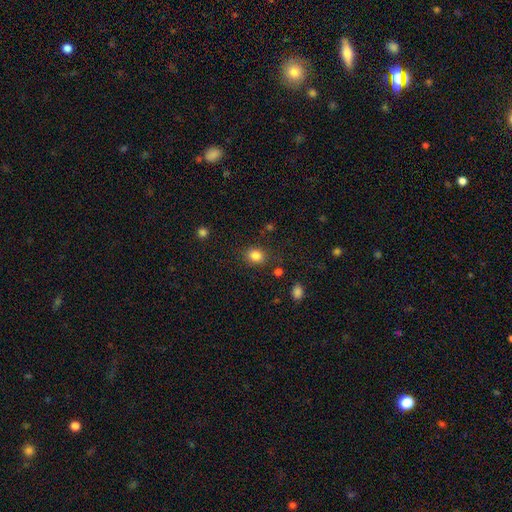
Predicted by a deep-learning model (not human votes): A smooth galaxy with no disk features (84%) that is round (55%). Merging: none (80%).